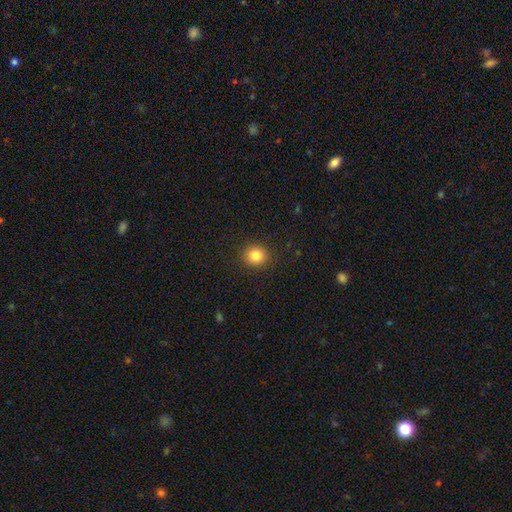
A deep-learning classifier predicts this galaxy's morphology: smooth-or-featured: smooth: 83% | star or artifact: 11% | featured or disk: 6%
  how-rounded: round: 89% | in between: 10% | cigar-shaped: 1%
  merging: none: 91% | minor disturbance: 6% | major disturbance: 2% | merger: 1%